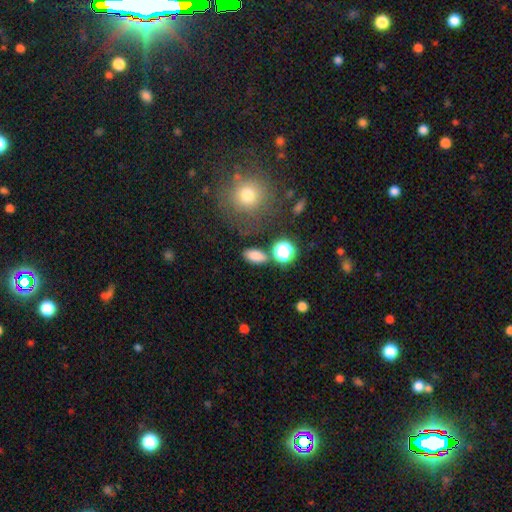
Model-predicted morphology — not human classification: Q: Smooth or featured?
A: smooth (79%); runner-up: star or artifact (14%)
Q: How rounded?
A: in between (83%); runner-up: round (12%)
Q: Merging?
A: none (77%); runner-up: minor disturbance (12%)